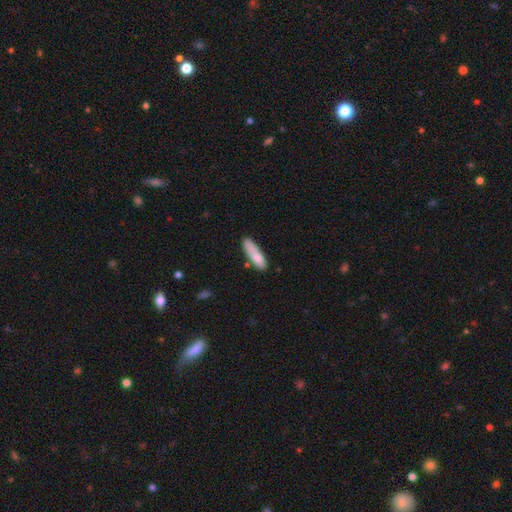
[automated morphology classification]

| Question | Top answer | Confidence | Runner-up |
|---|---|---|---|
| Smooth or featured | smooth | 80% | featured or disk (13%) |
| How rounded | cigar-shaped | 65% | in between (33%) |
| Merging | none | 61% | minor disturbance (24%) |